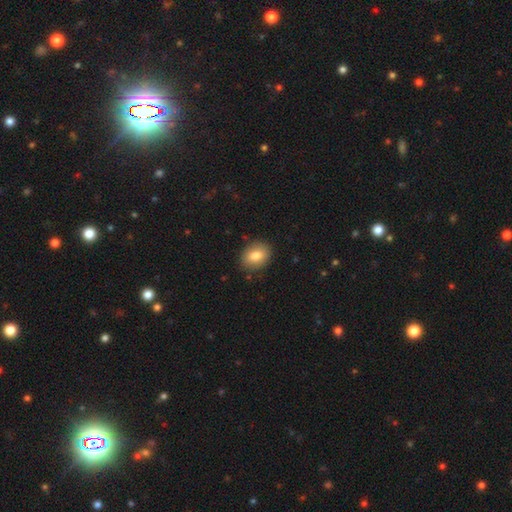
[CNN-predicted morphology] Smooth or featured: smooth — 81% (featured or disk — 11%)
How rounded: in between — 62% (round — 37%)
Merging: none — 86% (minor disturbance — 10%)